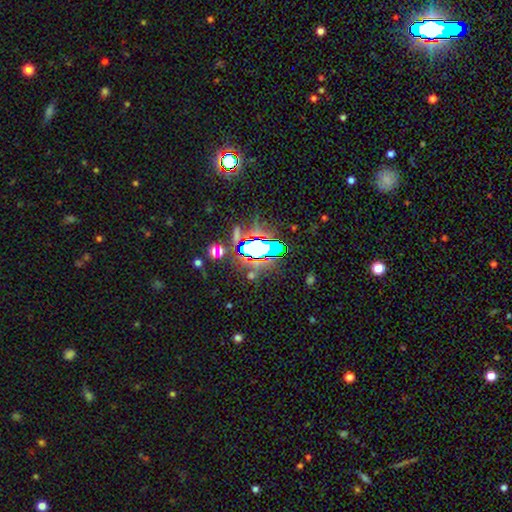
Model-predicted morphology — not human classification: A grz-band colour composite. It shows a star or artifact, not a galaxy (63%).